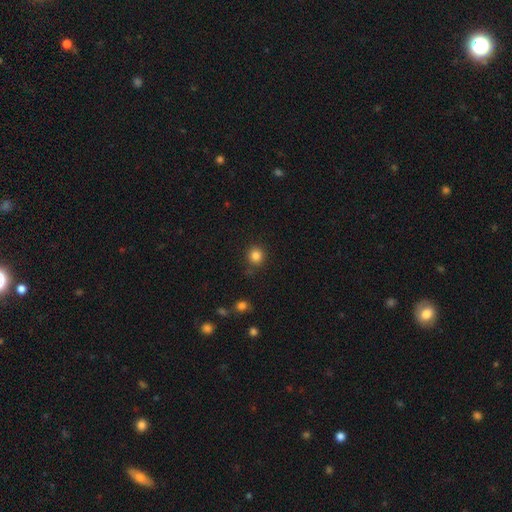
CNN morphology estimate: This appears to be a smooth galaxy with no disk features (84%) that is round (92%). Merging: none (87%).